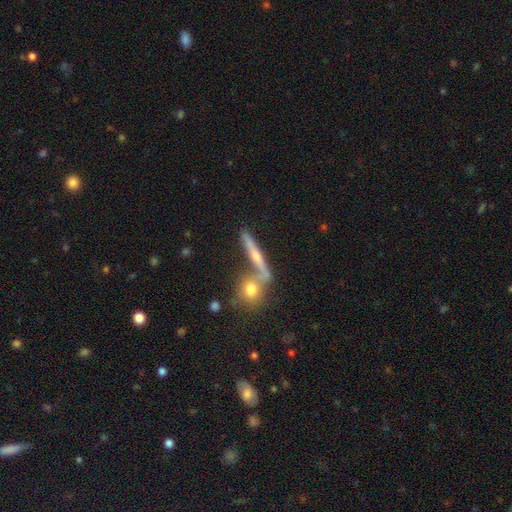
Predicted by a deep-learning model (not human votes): A featured or disk galaxy (52%) viewed edge-on (88%). Merging: none (65%).